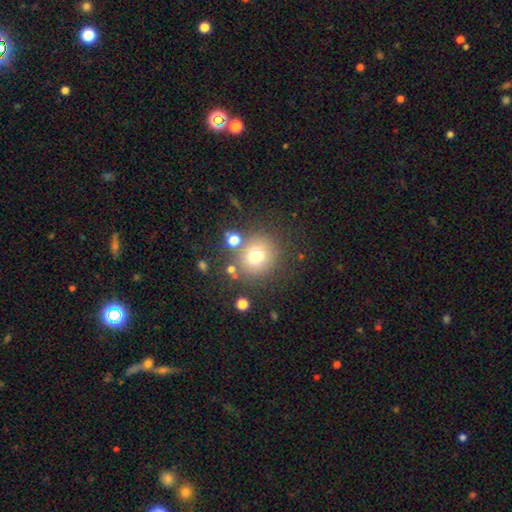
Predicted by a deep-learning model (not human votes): This appears to be a smooth galaxy with no disk features (72%) that is round (89%). Merging: none (77%).